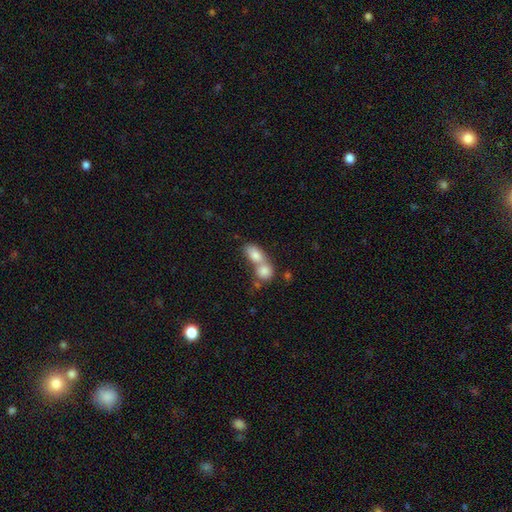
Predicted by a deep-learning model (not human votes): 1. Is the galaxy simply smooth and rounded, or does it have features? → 79% smooth, 13% featured or disk, 8% star or artifact.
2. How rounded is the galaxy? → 75% in between, 21% round, 4% cigar-shaped.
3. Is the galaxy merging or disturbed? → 71% merger, 20% none, 6% minor disturbance, 3% major disturbance.